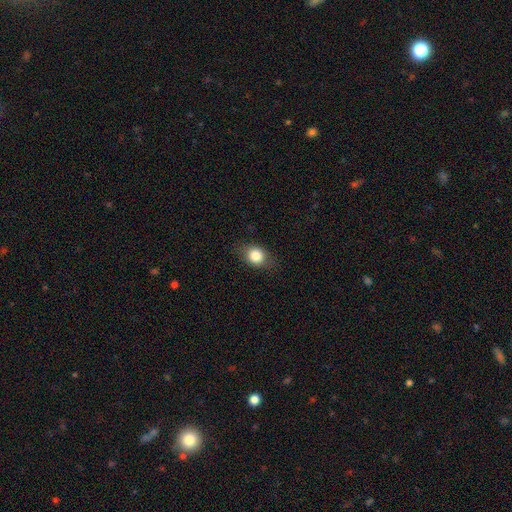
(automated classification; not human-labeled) smooth 81%, featured or disk 10%, star or artifact 9%. Down the decision tree: how rounded — round (51%); merging — none (81%).